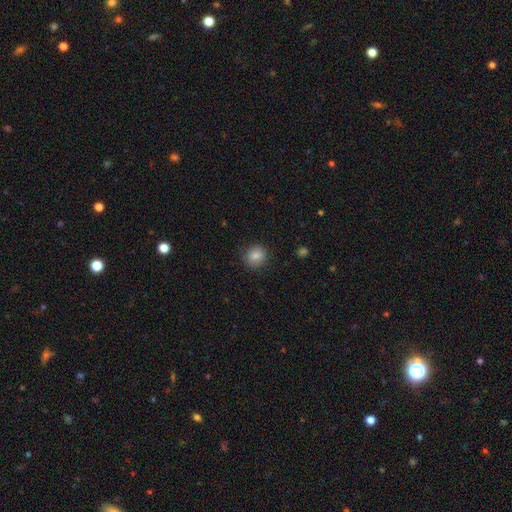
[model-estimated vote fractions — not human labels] The model was most divided on "how rounded": round: 81%, in between: 18%, cigar-shaped: 1%. More confident: smooth or featured — smooth (84%); merging — none (83%).